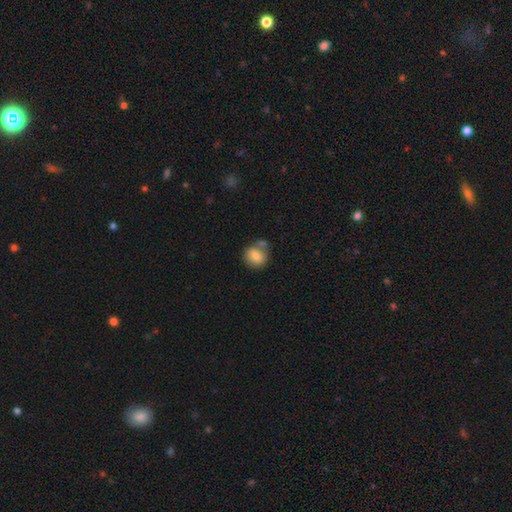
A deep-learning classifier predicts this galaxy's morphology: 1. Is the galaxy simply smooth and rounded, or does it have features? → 83% smooth, 9% featured or disk, 8% star or artifact.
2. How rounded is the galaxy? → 75% round, 24% in between, 1% cigar-shaped.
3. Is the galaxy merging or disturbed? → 56% none, 23% merger, 15% minor disturbance, 5% major disturbance.